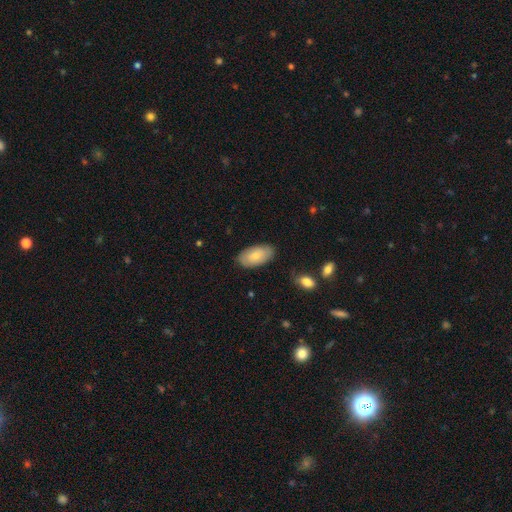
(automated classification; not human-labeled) The model was most divided on "smooth or featured": smooth: 77%, featured or disk: 18%, star or artifact: 6%. More confident: how rounded — in between (95%); merging — none (82%).